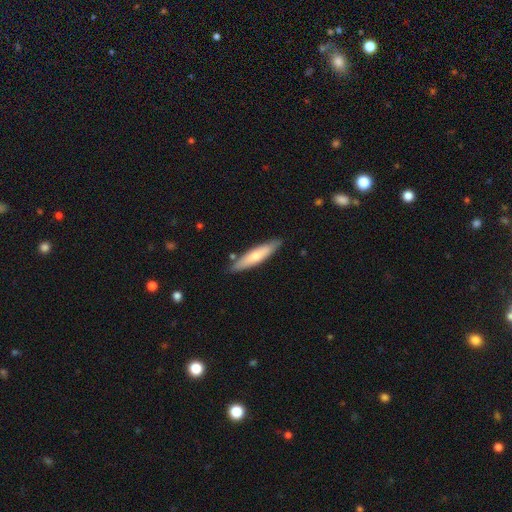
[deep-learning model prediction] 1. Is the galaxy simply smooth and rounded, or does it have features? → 66% smooth, 29% featured or disk, 5% star or artifact.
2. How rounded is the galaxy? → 82% cigar-shaped, 17% in between, 1% round.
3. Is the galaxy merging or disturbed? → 85% none, 11% minor disturbance, 3% merger, 2% major disturbance.